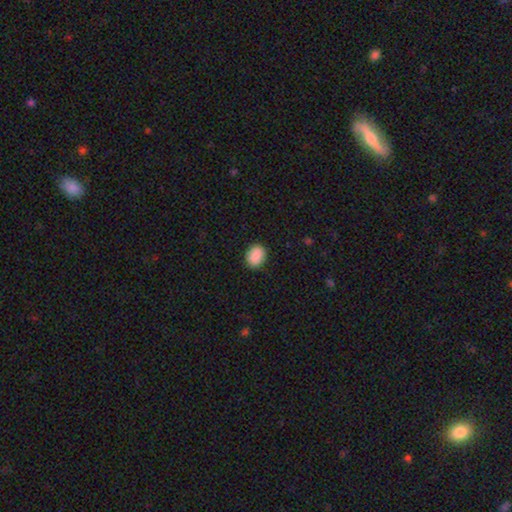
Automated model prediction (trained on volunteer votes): Morphology: type=smooth (90%); roundness=in between (62%); merging=none (89%).